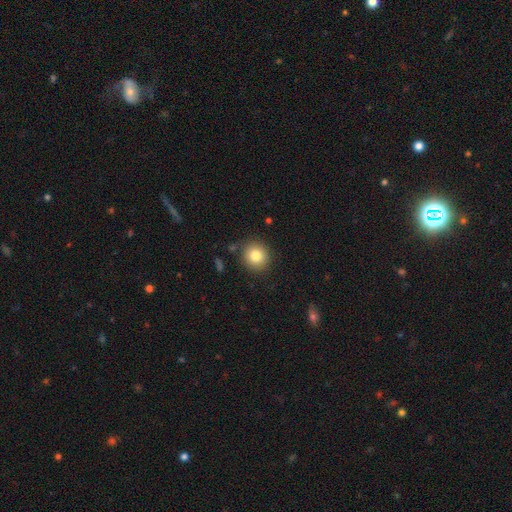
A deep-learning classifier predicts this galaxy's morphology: Q: Smooth or featured?
A: smooth (81%); runner-up: star or artifact (11%)
Q: How rounded?
A: round (89%); runner-up: in between (10%)
Q: Merging?
A: none (87%); runner-up: minor disturbance (8%)